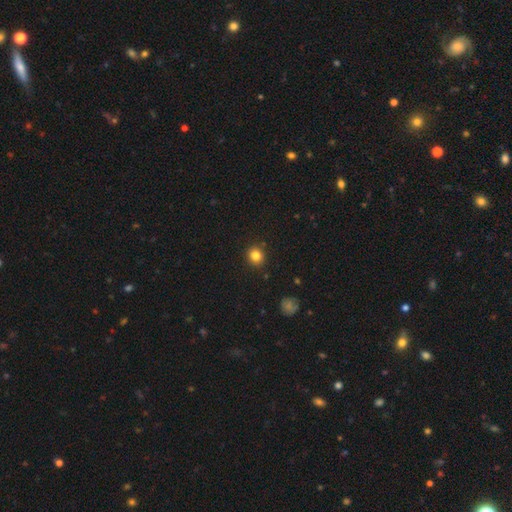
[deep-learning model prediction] Morphology: type=smooth (82%); roundness=round (84%); merging=none (90%).